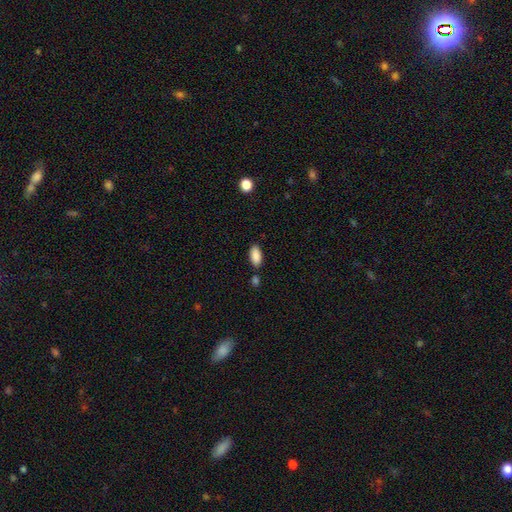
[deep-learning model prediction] This appears to be a smooth galaxy with no disk features (89%) that is in between round and cigar-shaped (90%). Merging: none (78%).